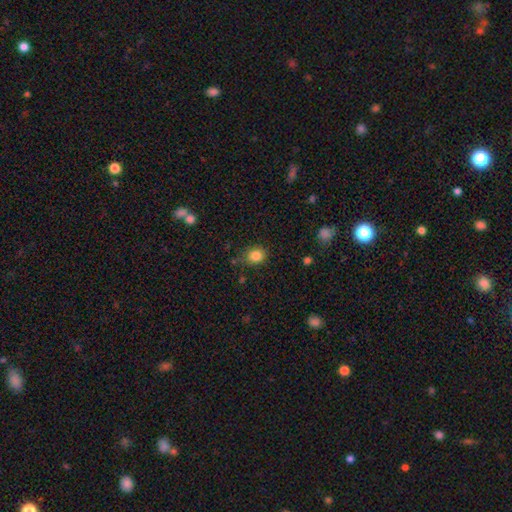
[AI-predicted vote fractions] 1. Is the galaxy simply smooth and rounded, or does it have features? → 84% smooth, 11% star or artifact, 5% featured or disk.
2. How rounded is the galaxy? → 73% round, 26% in between, 1% cigar-shaped.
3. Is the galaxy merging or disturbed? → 78% none, 16% minor disturbance, 4% major disturbance, 3% merger.